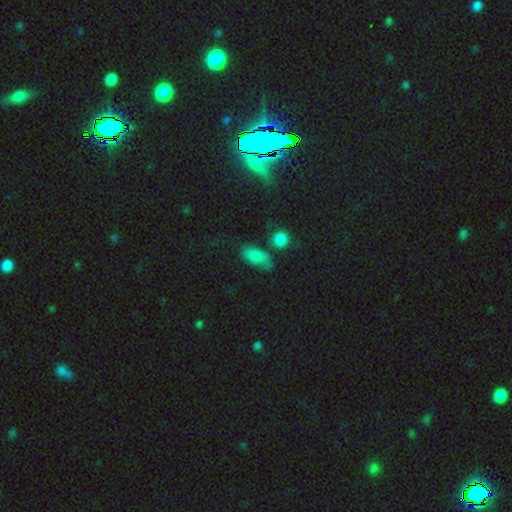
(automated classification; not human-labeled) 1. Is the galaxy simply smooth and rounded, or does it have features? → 73% smooth, 16% star or artifact, 11% featured or disk.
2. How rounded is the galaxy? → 83% in between, 9% round, 8% cigar-shaped.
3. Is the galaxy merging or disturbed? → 49% none, 25% minor disturbance, 13% major disturbance, 13% merger.